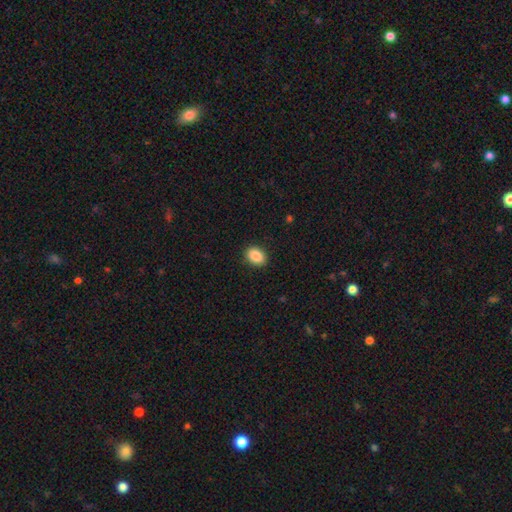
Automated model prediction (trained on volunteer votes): The model was most divided on "how rounded": in between: 73%, round: 26%, cigar-shaped: 1%. More confident: merging — none (90%); smooth or featured — smooth (89%).